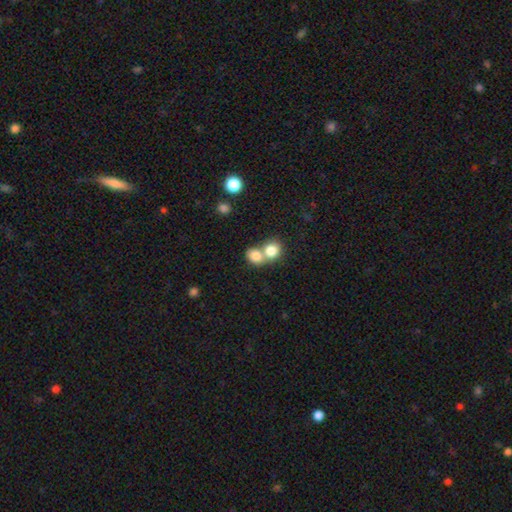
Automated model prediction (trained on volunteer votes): smooth_or_featured: smooth (p=0.80) [alt: featured or disk p=0.10]
how_rounded: round (p=0.65) [alt: in between p=0.34]
merging: merger (p=0.65) [alt: none p=0.28]